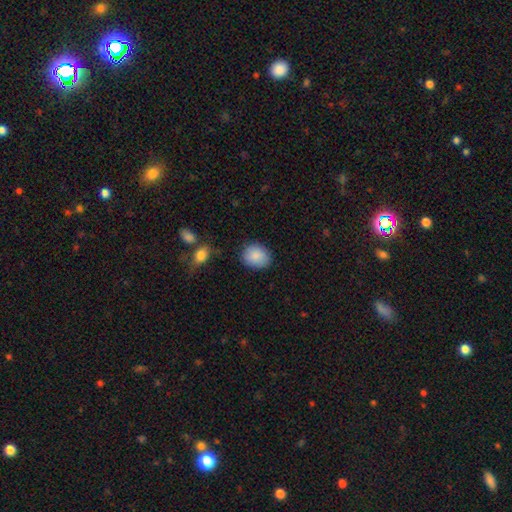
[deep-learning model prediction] This appears to be a smooth galaxy with no disk features (88%) that is round (55%). Merging: none (83%).